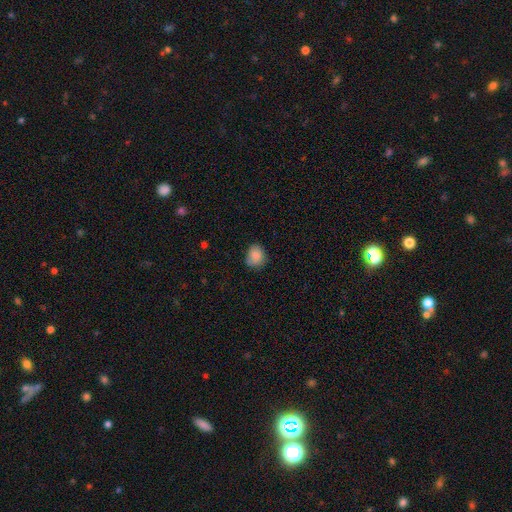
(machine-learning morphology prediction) This appears to be a smooth galaxy with no disk features (86%) that is round (66%). Merging: none (71%).